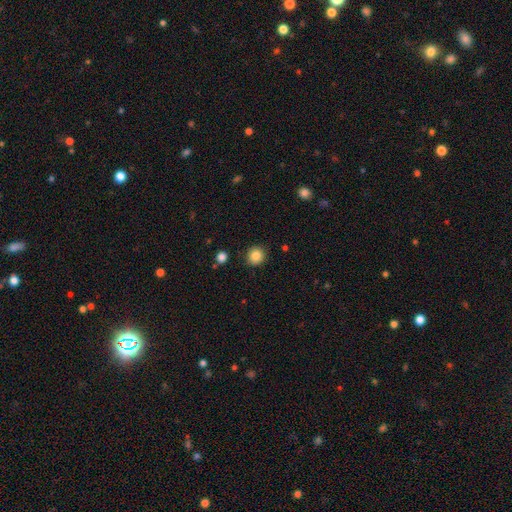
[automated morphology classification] Q: Smooth or featured?
A: smooth (85%); runner-up: star or artifact (10%)
Q: How rounded?
A: round (90%); runner-up: in between (9%)
Q: Merging?
A: none (89%); runner-up: minor disturbance (7%)